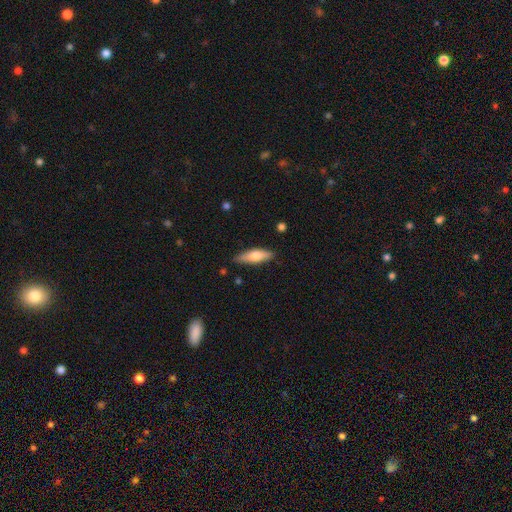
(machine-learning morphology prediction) This is likely a smooth galaxy (64%). How rounded: possibly cigar-shaped (53%). Merging: clearly none (84%).